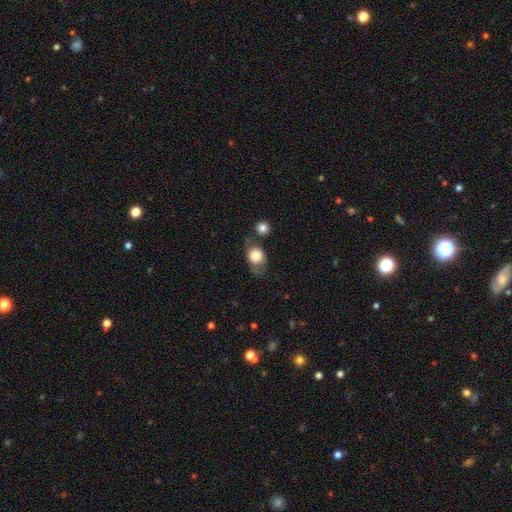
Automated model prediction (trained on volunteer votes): Smooth or featured? Predicted: smooth (p=0.75). How rounded? Predicted: in between (p=0.51). Merging? Predicted: none (p=0.55).